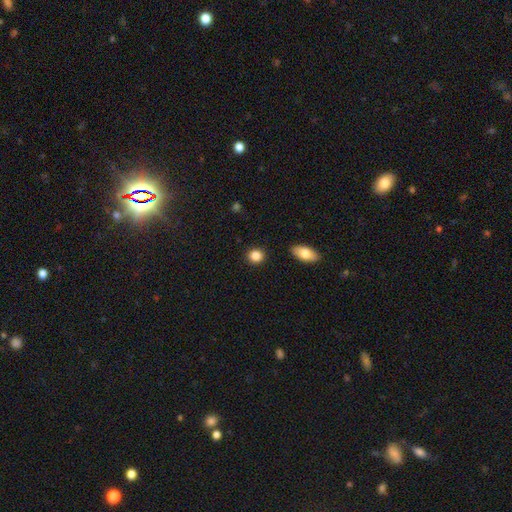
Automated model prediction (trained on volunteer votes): smooth 86%, star or artifact 9%, featured or disk 5%. Down the decision tree: how rounded — round (80%); merging — none (90%).